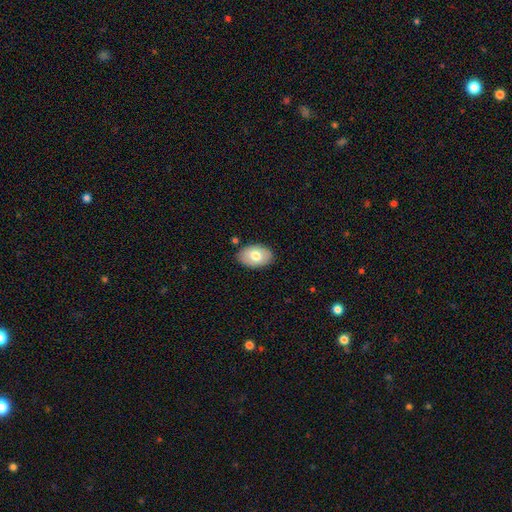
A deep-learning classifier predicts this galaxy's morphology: Overall: smooth (73%). How rounded: in between (89%). Merging: none (85%).